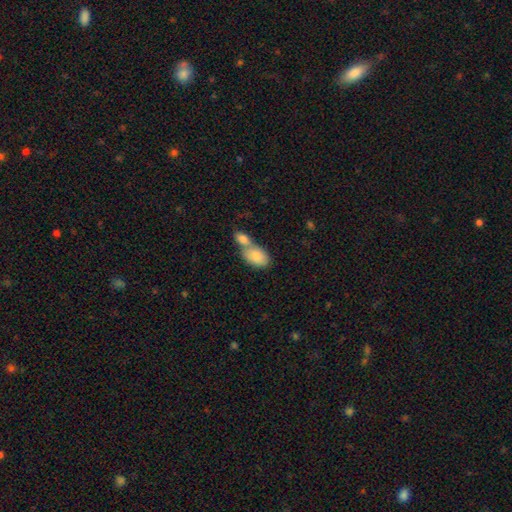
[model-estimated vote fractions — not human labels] Smooth or featured? smooth (84%)
How rounded? in between (91%)
Merging? merger (62%)